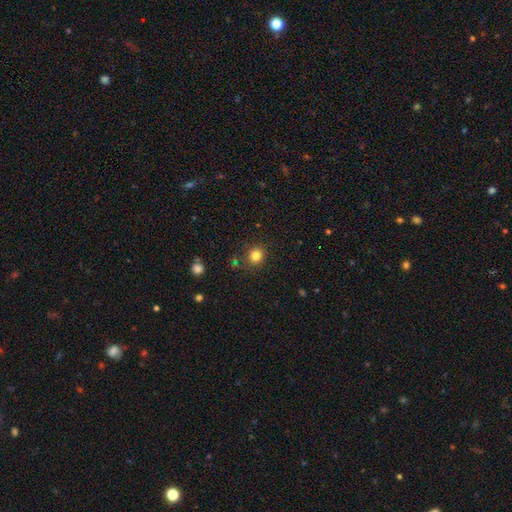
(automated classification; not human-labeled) Smooth or featured? Predicted: smooth (p=0.82). How rounded? Predicted: round (p=0.80). Merging? Predicted: none (p=0.85).